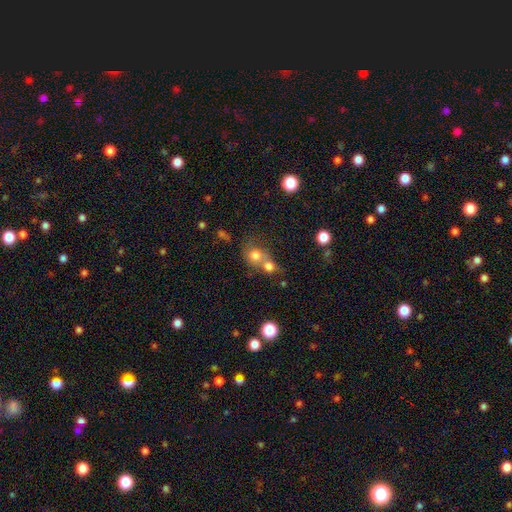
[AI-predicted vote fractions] The model was most divided on "merging": merger: 57%, none: 31%, minor disturbance: 7%, major disturbance: 5%. More confident: how rounded — round (78%); smooth or featured — smooth (74%).